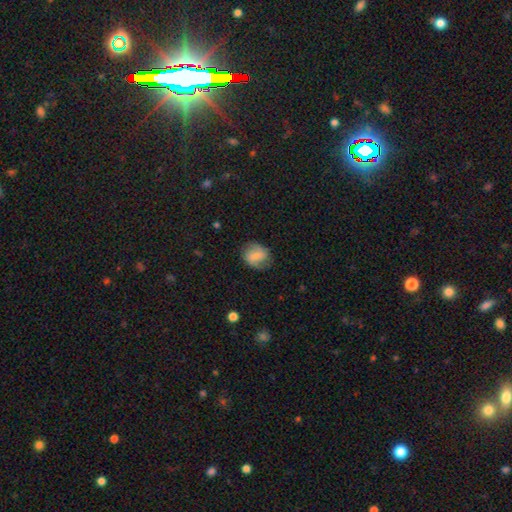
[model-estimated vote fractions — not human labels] The model was most divided on "smooth or featured": smooth: 50%, featured or disk: 41%, star or artifact: 9%. More confident: merging — none (73%); how rounded — round (60%).